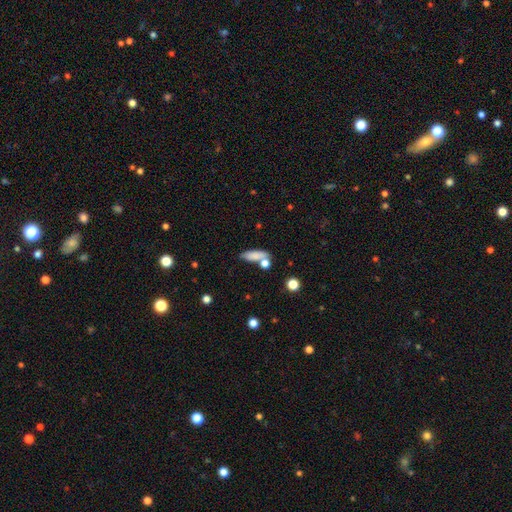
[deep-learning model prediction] Smooth or featured? smooth (79%)
How rounded? in between (57%)
Merging? none (58%)